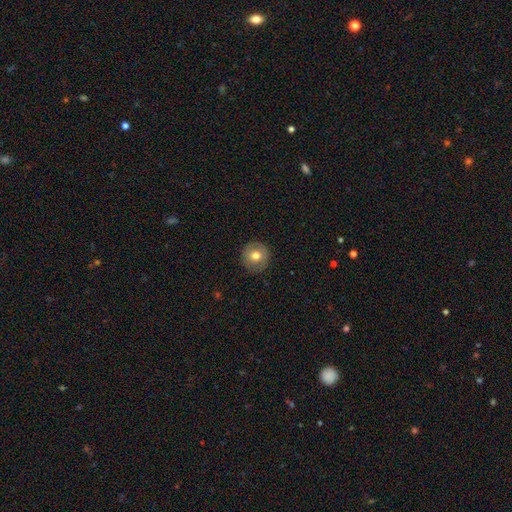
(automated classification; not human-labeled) Morphology: type=smooth (72%); roundness=round (95%); merging=none (90%).